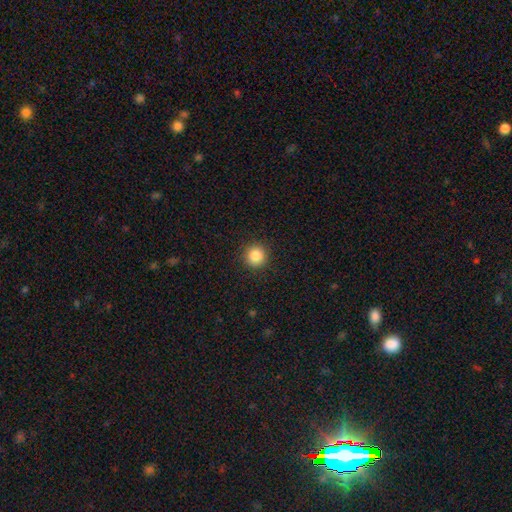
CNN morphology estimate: Q: Smooth or featured?
A: smooth (86%); runner-up: star or artifact (10%)
Q: How rounded?
A: round (95%); runner-up: in between (4%)
Q: Merging?
A: none (92%); runner-up: minor disturbance (5%)